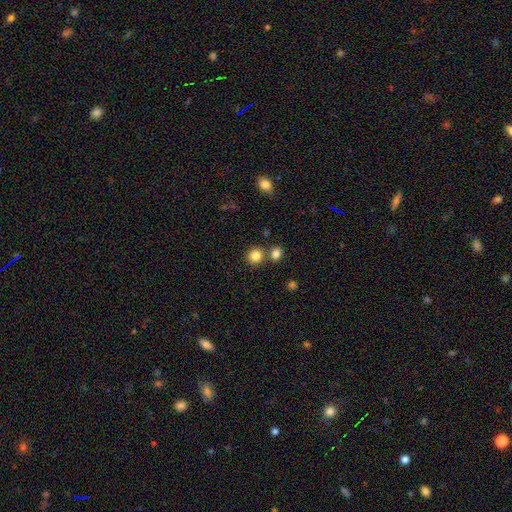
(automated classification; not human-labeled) Q: Smooth or featured?
A: smooth (84%); runner-up: star or artifact (11%)
Q: How rounded?
A: round (89%); runner-up: in between (10%)
Q: Merging?
A: none (73%); runner-up: merger (17%)